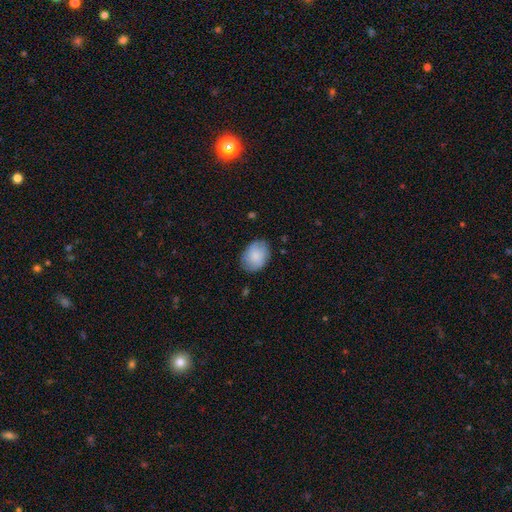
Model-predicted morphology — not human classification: smooth-or-featured: smooth: 73% | featured or disk: 19% | star or artifact: 7%
  how-rounded: in between: 66% | round: 33% | cigar-shaped: 1%
  merging: none: 80% | minor disturbance: 15% | major disturbance: 4% | merger: 1%